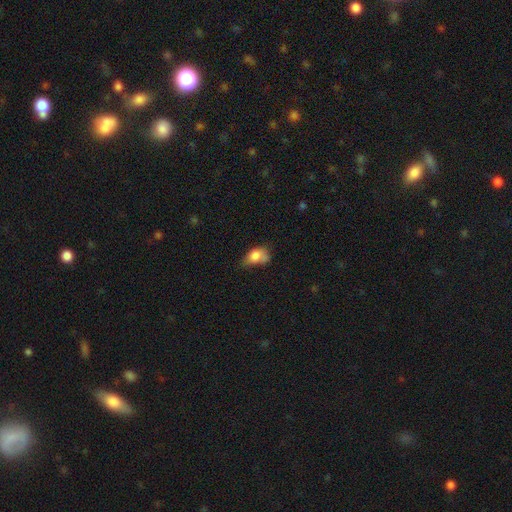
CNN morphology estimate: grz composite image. It shows a smooth galaxy with no disk features (76%) that is in between round and cigar-shaped (80%). Merging: minor disturbance (39%).